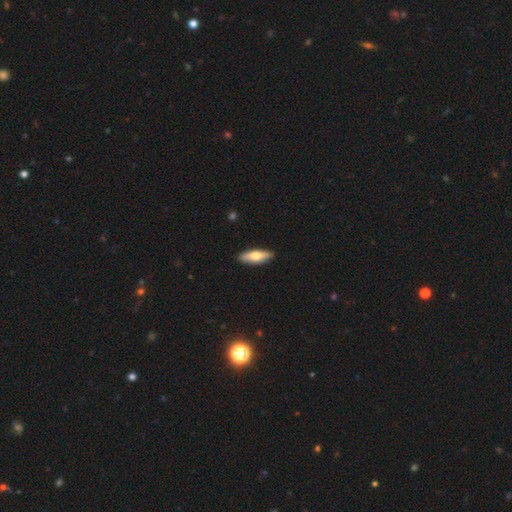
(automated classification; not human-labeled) The model was most divided on "how rounded": in between: 52%, cigar-shaped: 45%, round: 2%. More confident: merging — none (90%); smooth or featured — smooth (61%).